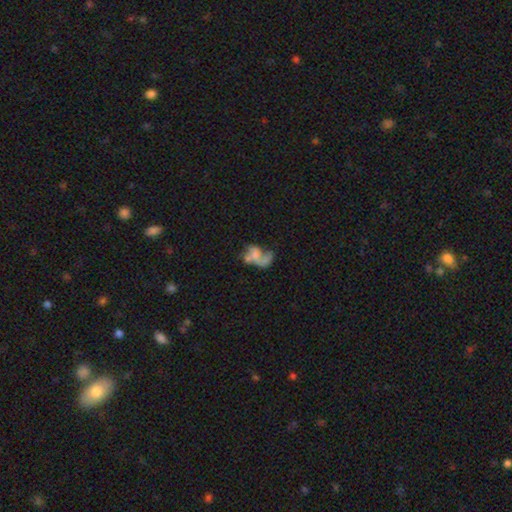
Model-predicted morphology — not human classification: This is possibly a featured or disk galaxy (58%). It is clearly not viewed edge-on (98%). Bar: likely no (76%). Spiral arm pattern: likely yes (63%). Central bulge: marginally none (45%). Merging: marginally major disturbance (34%).